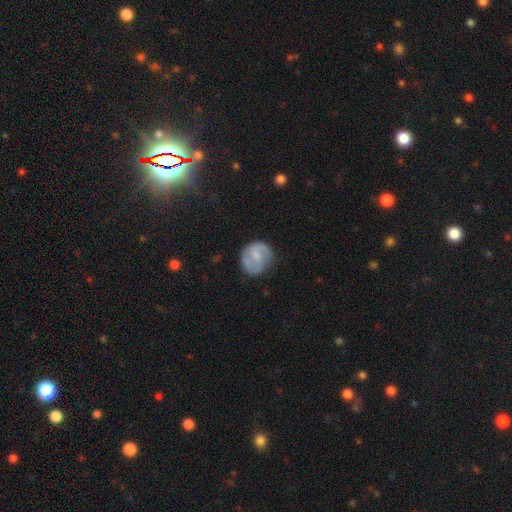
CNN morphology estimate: This appears to be a smooth galaxy with no disk features (54%) that is round (77%). Merging: none (68%).